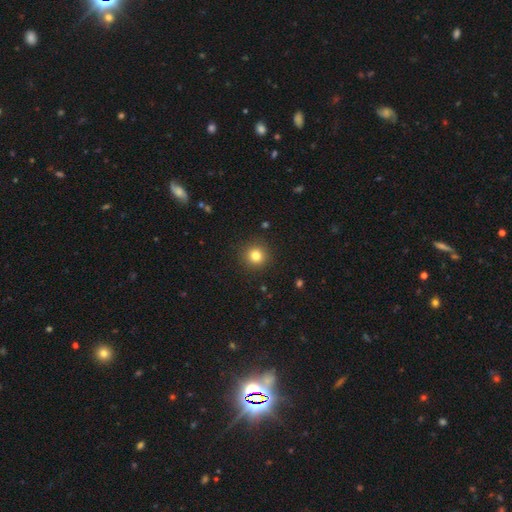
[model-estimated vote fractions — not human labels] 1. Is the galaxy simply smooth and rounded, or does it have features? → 81% smooth, 12% star or artifact, 6% featured or disk.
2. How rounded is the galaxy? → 94% round, 5% in between, 1% cigar-shaped.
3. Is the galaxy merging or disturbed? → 91% none, 6% minor disturbance, 2% major disturbance, 1% merger.